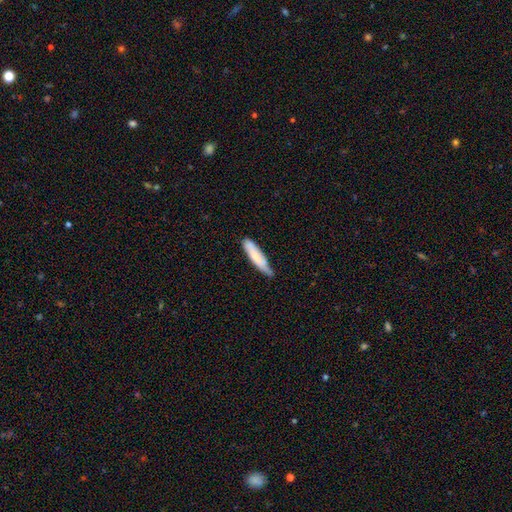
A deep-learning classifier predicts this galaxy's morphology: Q: Smooth or featured?
A: smooth (72%); runner-up: featured or disk (22%)
Q: How rounded?
A: cigar-shaped (77%); runner-up: in between (22%)
Q: Merging?
A: none (58%); runner-up: minor disturbance (34%)